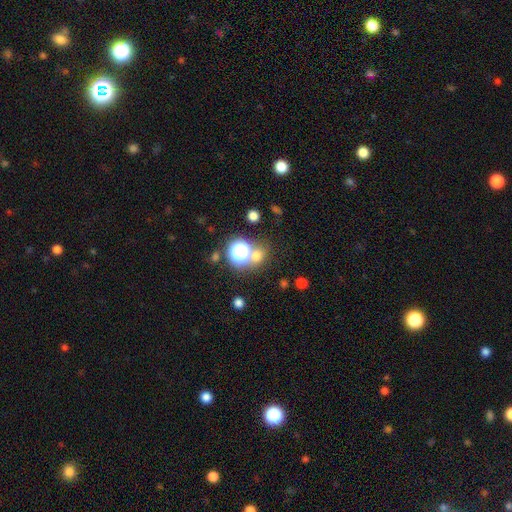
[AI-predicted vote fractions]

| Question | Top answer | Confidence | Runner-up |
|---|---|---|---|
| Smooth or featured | smooth | 61% | star or artifact (30%) |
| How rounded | round | 79% | in between (20%) |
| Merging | none | 64% | merger (22%) |